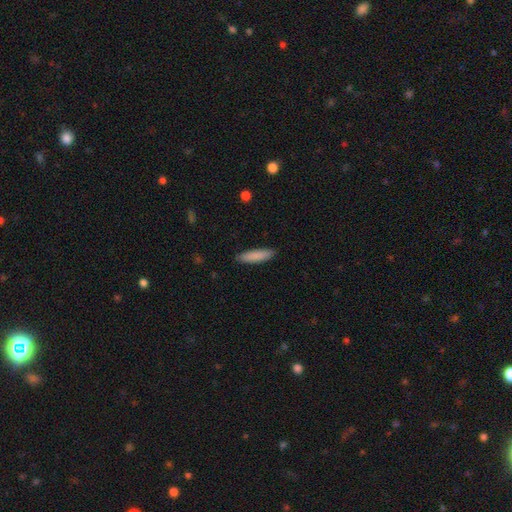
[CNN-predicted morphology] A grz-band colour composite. It shows a smooth galaxy with no disk features (87%) that is cigar-shaped (77%). Merging: none (89%).